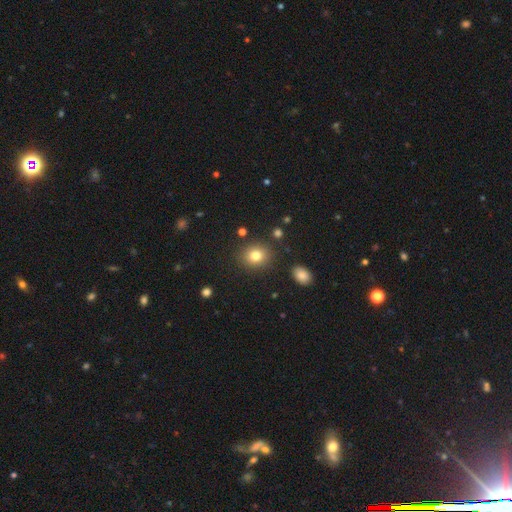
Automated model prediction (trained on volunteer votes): smooth-or-featured: smooth: 80% | star or artifact: 12% | featured or disk: 8%
  how-rounded: round: 74% | in between: 25% | cigar-shaped: 1%
  merging: none: 87% | minor disturbance: 8% | major disturbance: 3% | merger: 3%